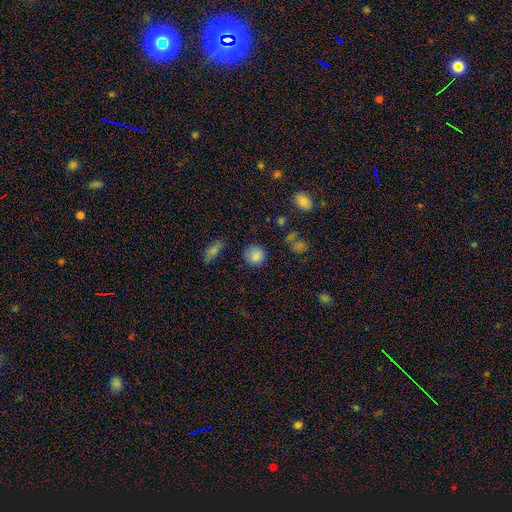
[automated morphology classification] smooth_or_featured: smooth (p=0.84) [alt: star or artifact p=0.11]
how_rounded: round (p=0.91) [alt: in between p=0.08]
merging: none (p=0.85) [alt: minor disturbance p=0.10]